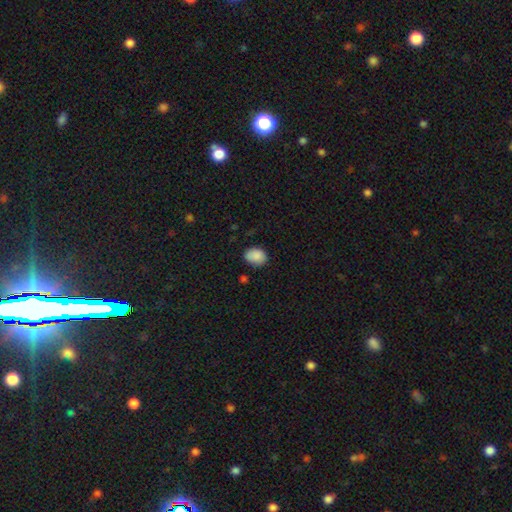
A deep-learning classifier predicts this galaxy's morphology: The model was most divided on "how rounded": in between: 60%, round: 39%, cigar-shaped: 1%. More confident: smooth or featured — smooth (87%); merging — none (72%).